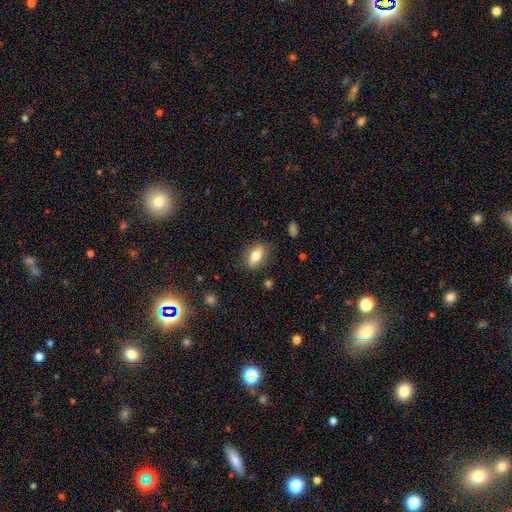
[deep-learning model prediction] smooth 73%, featured or disk 19%, star or artifact 8%. Down the decision tree: how rounded — in between (80%); merging — none (83%).